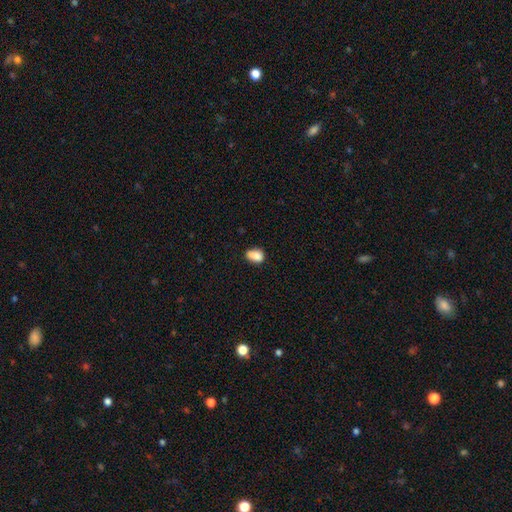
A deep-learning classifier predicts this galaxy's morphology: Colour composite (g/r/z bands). It shows a smooth galaxy with no disk features (87%) that is in between round and cigar-shaped (81%). Merging: none (70%).